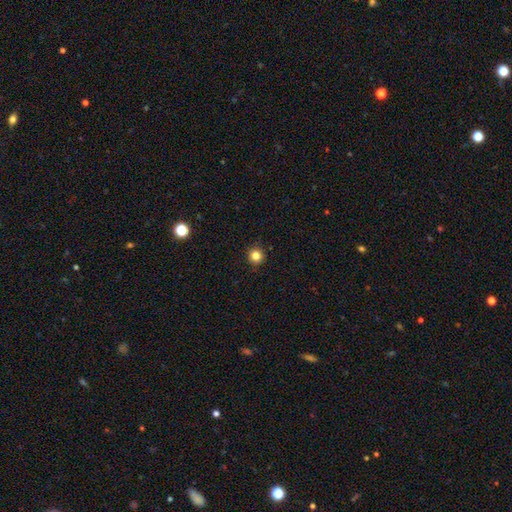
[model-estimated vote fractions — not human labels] This appears to be a smooth galaxy with no disk features (83%) that is round (94%). Merging: none (92%).